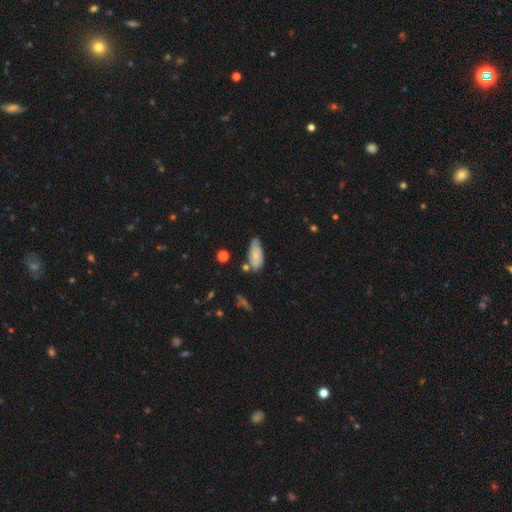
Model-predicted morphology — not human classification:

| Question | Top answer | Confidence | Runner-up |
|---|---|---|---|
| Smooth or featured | smooth | 76% | featured or disk (17%) |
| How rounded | in between | 84% | cigar-shaped (14%) |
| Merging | none | 58% | minor disturbance (29%) |